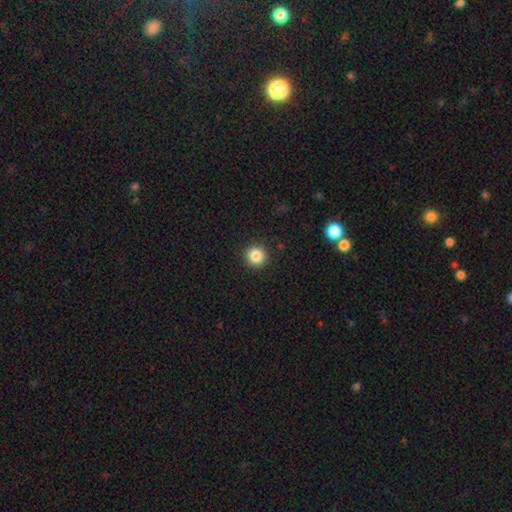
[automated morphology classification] type=smooth (85%); roundness=round (95%); merging=none (93%).